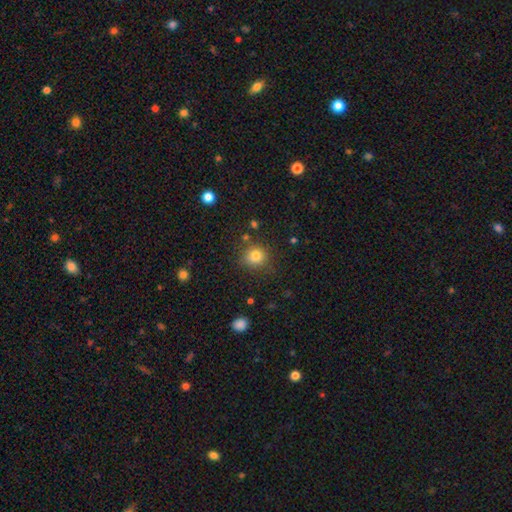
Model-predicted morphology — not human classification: Smooth or featured: smooth — 80% (star or artifact — 13%)
How rounded: round — 85% (in between — 14%)
Merging: none — 80% (minor disturbance — 13%)